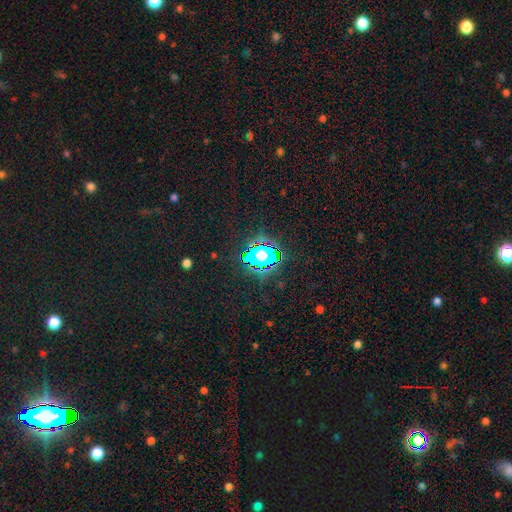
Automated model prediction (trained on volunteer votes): This is clearly a star or artifact rather than a galaxy (83%).